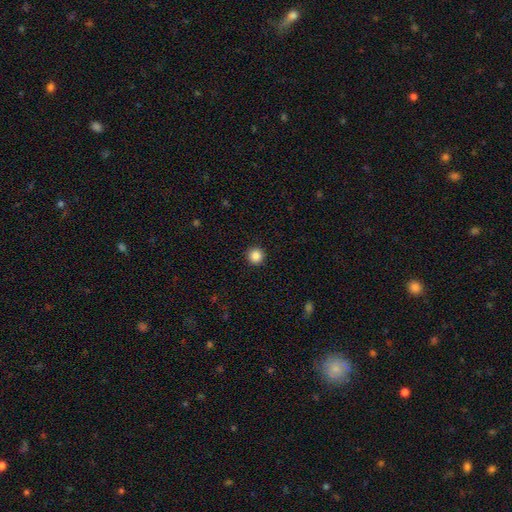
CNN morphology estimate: type=smooth (87%); roundness=round (96%); merging=none (93%).